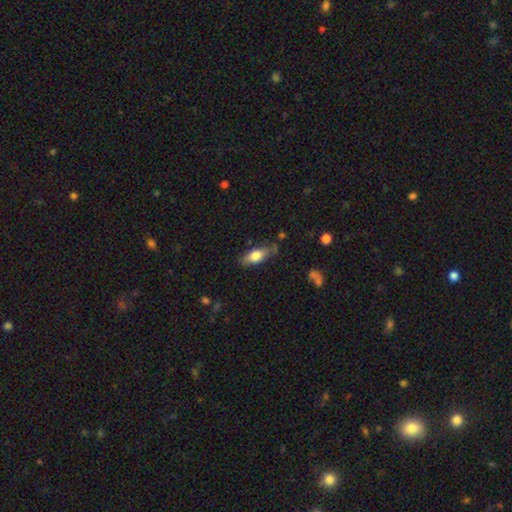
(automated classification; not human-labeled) A smooth galaxy with no disk features (71%) that is in between round and cigar-shaped (76%).

Vote fractions:
- Smooth or featured? smooth: 71% / featured or disk: 22% / star or artifact: 7%
- How rounded? in between: 76% / cigar-shaped: 20% / round: 4%
- Merging? none: 69% / minor disturbance: 23% / major disturbance: 5% / merger: 3%